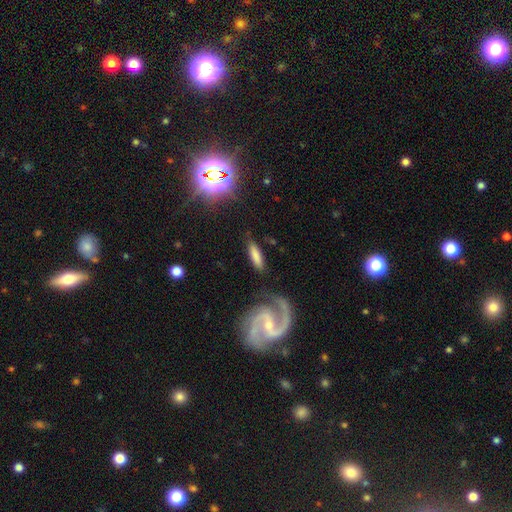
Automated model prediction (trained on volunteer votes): Overall: smooth (68%). How rounded: cigar-shaped (61%; in between 36%). Merging: none (73%).